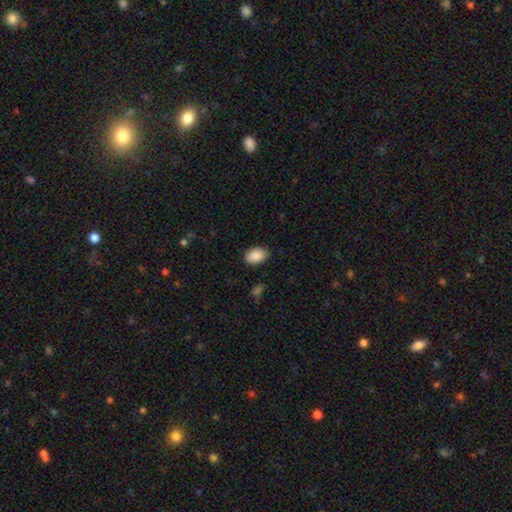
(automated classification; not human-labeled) A smooth galaxy with no disk features (90%) that is in between round and cigar-shaped (86%).

Vote fractions:
- Smooth or featured? smooth: 90% / star or artifact: 7% / featured or disk: 4%
- How rounded? in between: 86% / round: 13% / cigar-shaped: 1%
- Merging? none: 84% / minor disturbance: 12% / major disturbance: 3% / merger: 1%